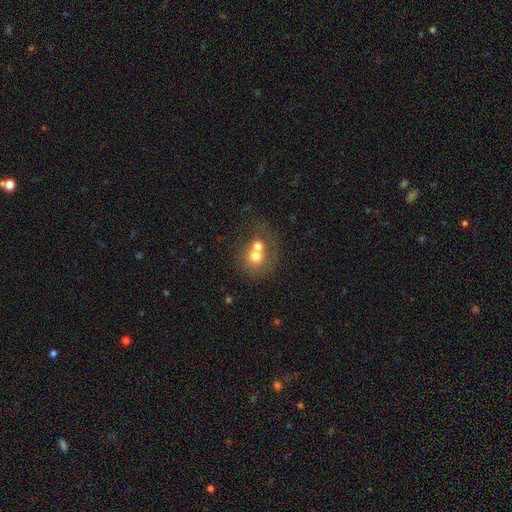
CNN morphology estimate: type=smooth (62%); roundness=round (74%); merging=merger (64%).